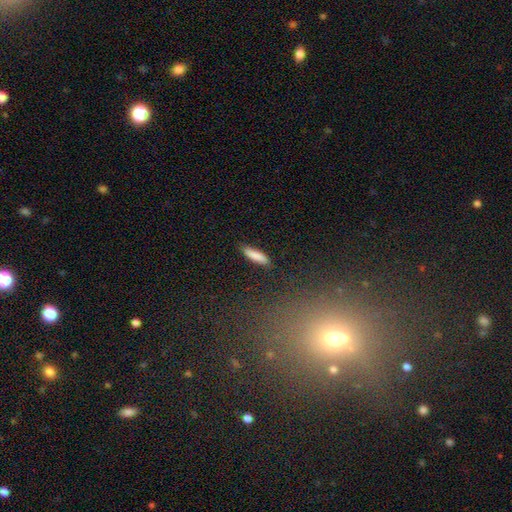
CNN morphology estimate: Overall: smooth (85%). How rounded: cigar-shaped (70%). Merging: none (85%).